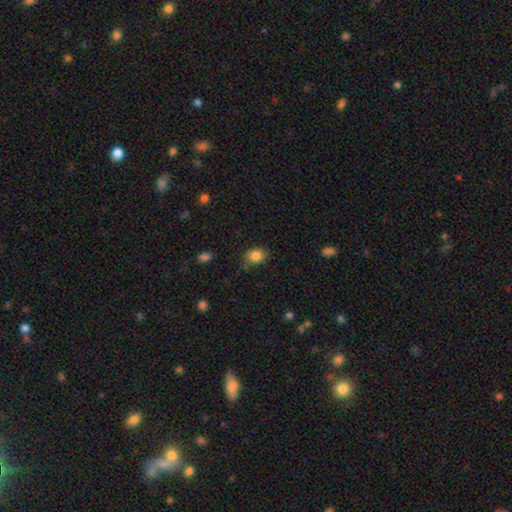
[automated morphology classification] Q: Smooth or featured?
A: smooth (84%); runner-up: star or artifact (10%)
Q: How rounded?
A: in between (60%); runner-up: round (39%)
Q: Merging?
A: none (75%); runner-up: minor disturbance (19%)